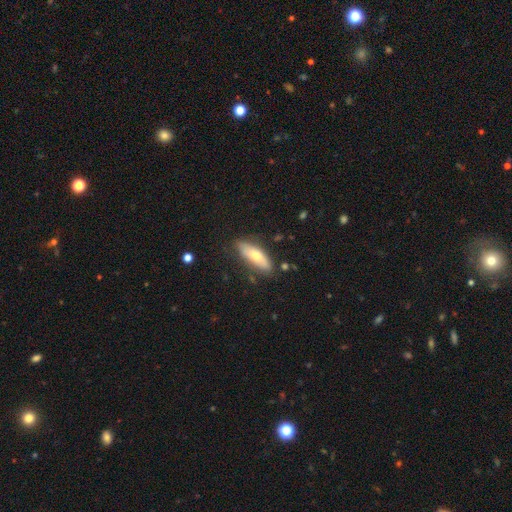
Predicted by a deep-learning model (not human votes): smooth 62%, featured or disk 32%, star or artifact 6%. Down the decision tree: how rounded — in between (61%); merging — none (78%).